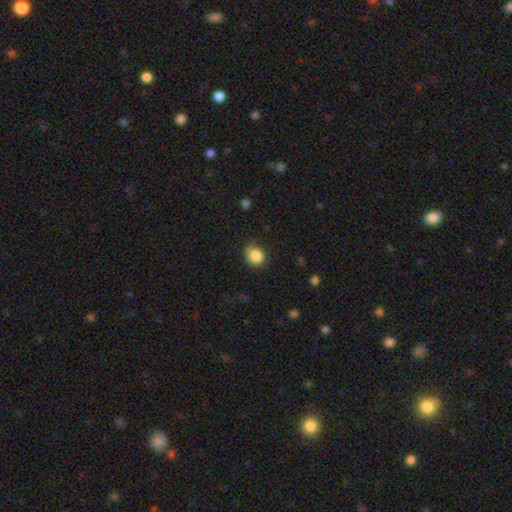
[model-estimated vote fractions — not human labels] A smooth galaxy with no disk features (85%) that is round (70%). Merging: none (67%).